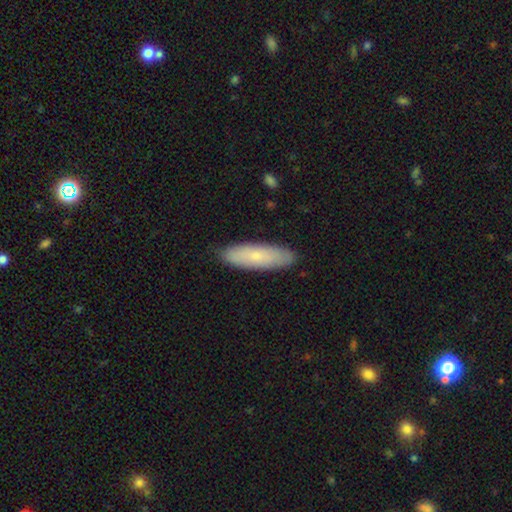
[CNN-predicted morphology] smooth-or-featured: smooth: 73% | featured or disk: 21% | star or artifact: 6%
  how-rounded: cigar-shaped: 53% | in between: 45% | round: 2%
  merging: none: 87% | minor disturbance: 10% | major disturbance: 2% | merger: 1%